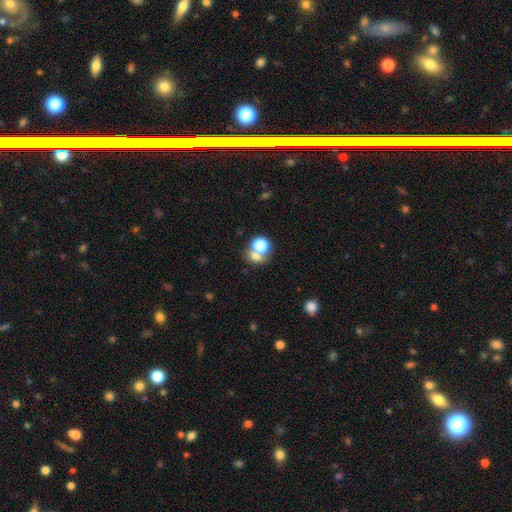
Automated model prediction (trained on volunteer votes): smooth 69%, star or artifact 18%, featured or disk 12%. Down the decision tree: how rounded — round (59%); merging — merger (48%).